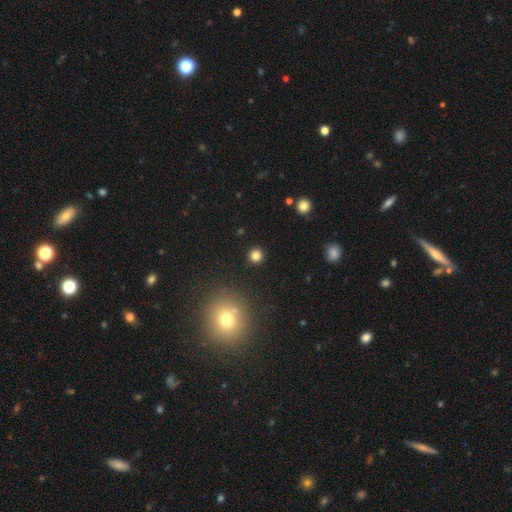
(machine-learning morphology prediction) smooth-or-featured: smooth: 81% | star or artifact: 14% | featured or disk: 5%
  how-rounded: round: 94% | in between: 5% | cigar-shaped: 1%
  merging: none: 92% | minor disturbance: 5% | major disturbance: 2% | merger: 2%